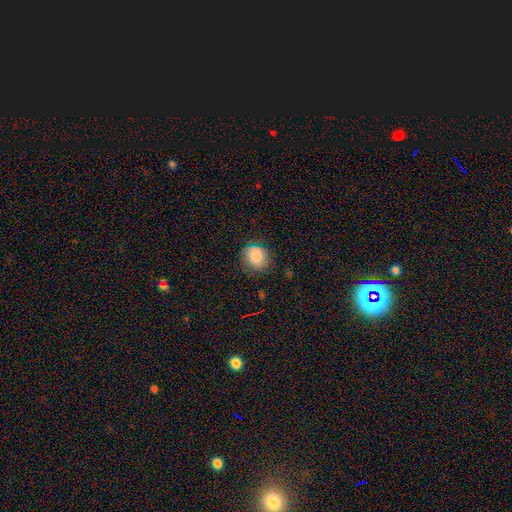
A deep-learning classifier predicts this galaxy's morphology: smooth-or-featured: smooth: 81% | featured or disk: 10% | star or artifact: 10%
  how-rounded: round: 83% | in between: 16% | cigar-shaped: 1%
  merging: none: 79% | minor disturbance: 16% | major disturbance: 4% | merger: 1%